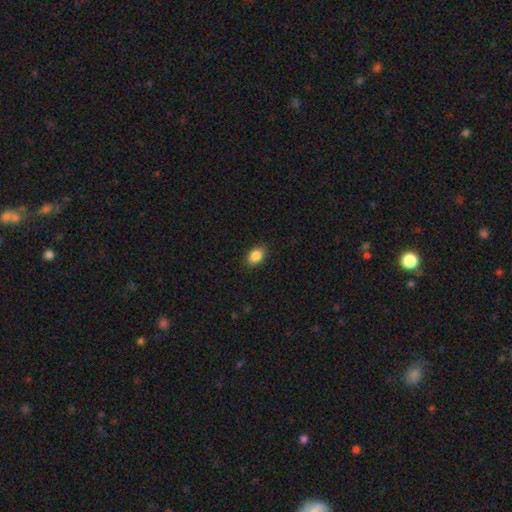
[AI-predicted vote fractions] A smooth galaxy with no disk features (87%) that is in between round and cigar-shaped (86%).

Vote fractions:
- Smooth or featured? smooth: 87% / star or artifact: 8% / featured or disk: 5%
- How rounded? in between: 86% / round: 12% / cigar-shaped: 2%
- Merging? none: 89% / minor disturbance: 8% / major disturbance: 2% / merger: 1%